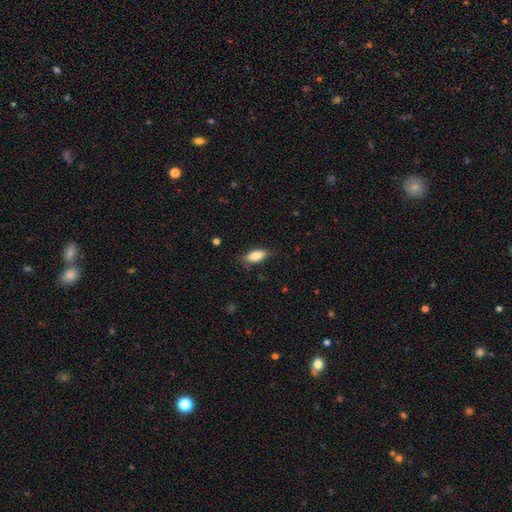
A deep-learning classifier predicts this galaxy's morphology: Smooth or featured: smooth — 84% (featured or disk — 10%)
How rounded: in between — 86% (cigar-shaped — 11%)
Merging: none — 78% (minor disturbance — 17%)